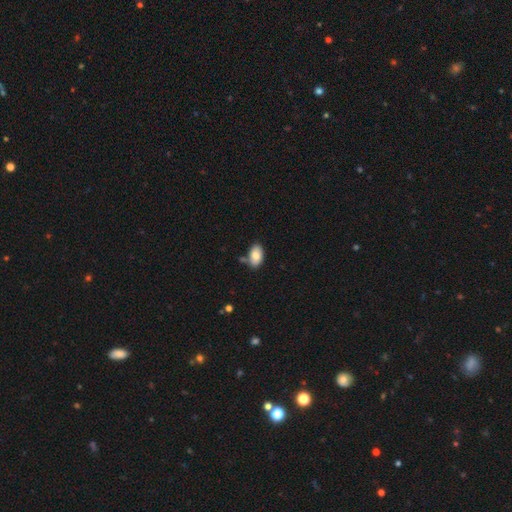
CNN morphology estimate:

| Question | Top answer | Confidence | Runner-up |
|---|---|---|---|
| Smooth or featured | smooth | 83% | featured or disk (11%) |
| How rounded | in between | 93% | round (5%) |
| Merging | none | 71% | minor disturbance (15%) |